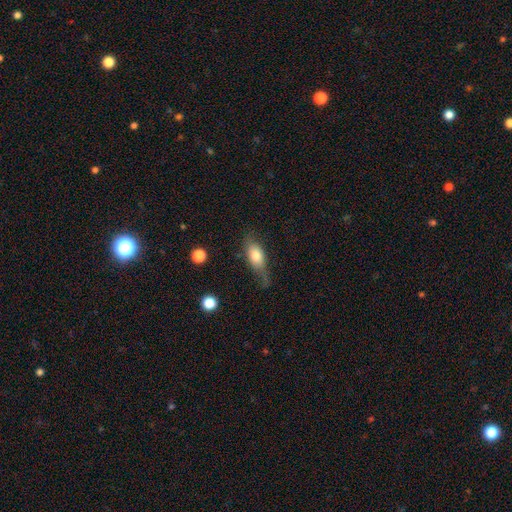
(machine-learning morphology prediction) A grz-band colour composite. It shows a smooth galaxy with no disk features (69%) that is in between round and cigar-shaped (80%). Merging: none (51%).